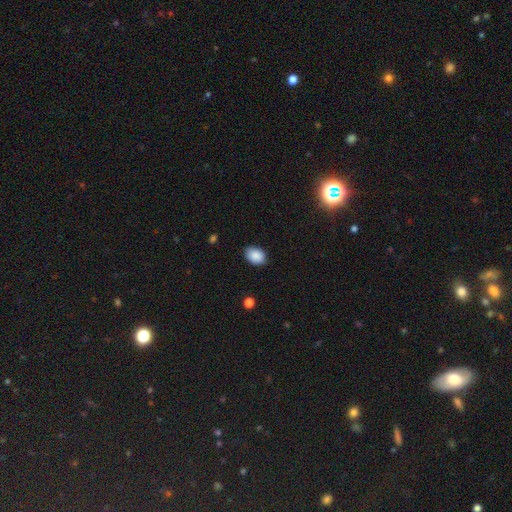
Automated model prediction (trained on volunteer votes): smooth 89%, star or artifact 8%, featured or disk 3%. Down the decision tree: how rounded — in between (77%); merging — none (85%).